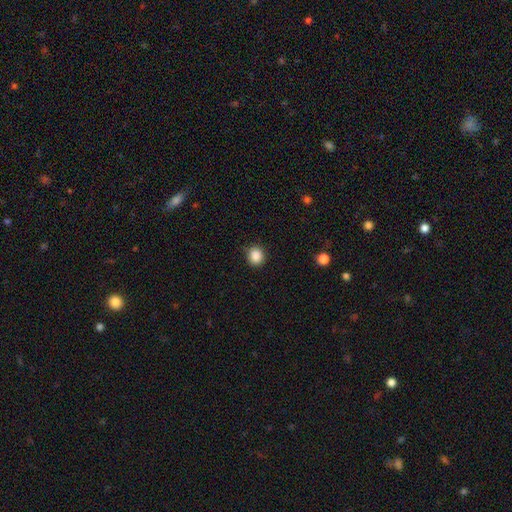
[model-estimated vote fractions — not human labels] Smooth or featured? smooth (88%)
How rounded? round (83%)
Merging? none (87%)